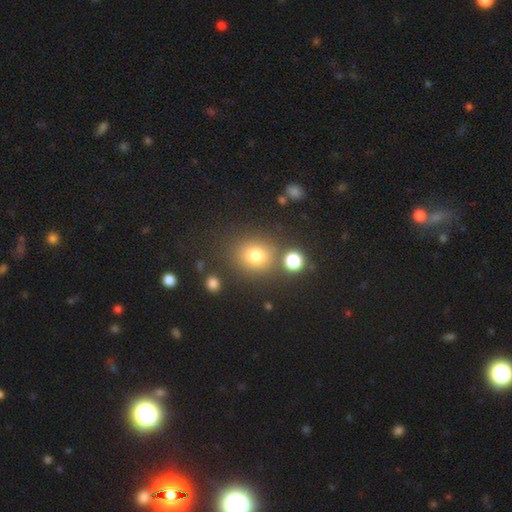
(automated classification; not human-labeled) The model was most divided on "how rounded": round: 78%, in between: 21%, cigar-shaped: 1%. More confident: merging — none (76%); smooth or featured — smooth (75%).